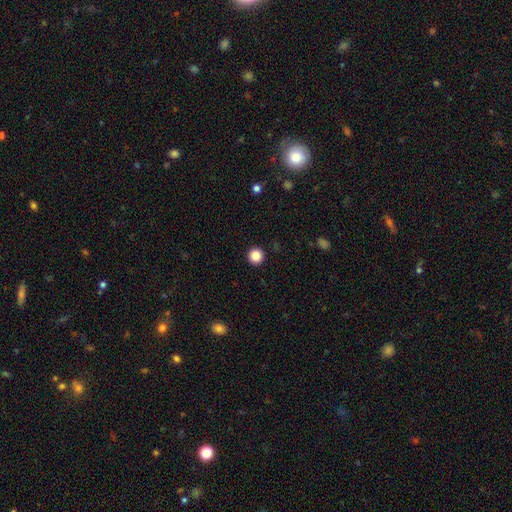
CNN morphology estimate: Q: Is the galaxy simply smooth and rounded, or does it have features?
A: smooth — 86%.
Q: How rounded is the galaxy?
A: round — 96%.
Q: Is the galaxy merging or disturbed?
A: none — 93%.